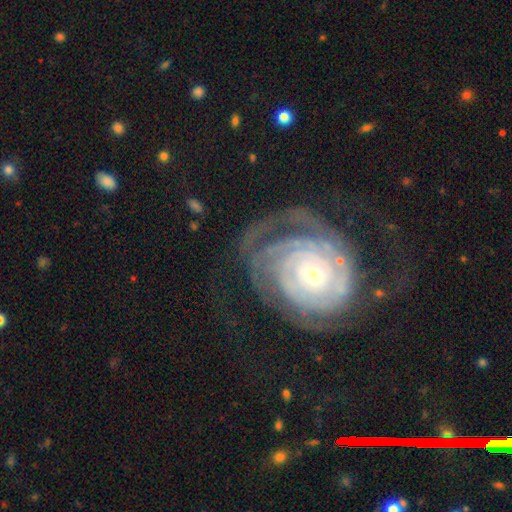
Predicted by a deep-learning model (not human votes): A featured or disk galaxy (86%) with no bar (76%), tight (79%) spiral arms (95%) and a small central bulge (63%).

Vote fractions:
- Smooth or featured? featured or disk: 86% / star or artifact: 7% / smooth: 7%
- Edge-on disk? no: 97% / yes: 3%
- Bar? no: 76% / weak: 16% / strong: 7%
- Spiral arms? yes: 95% / no: 5%
- Spiral winding? tight: 79% / medium: 16% / loose: 5%
- Spiral arm count? can't tell: 32% / 2: 25% / 3: 16% / 4: 11% / more than 4: 8% / 1: 8%
- Bulge size? small: 63% / moderate: 32% / large: 3% / none: 1% / dominant: 1%
- Merging? none: 61% / major disturbance: 20% / minor disturbance: 17% / merger: 2%